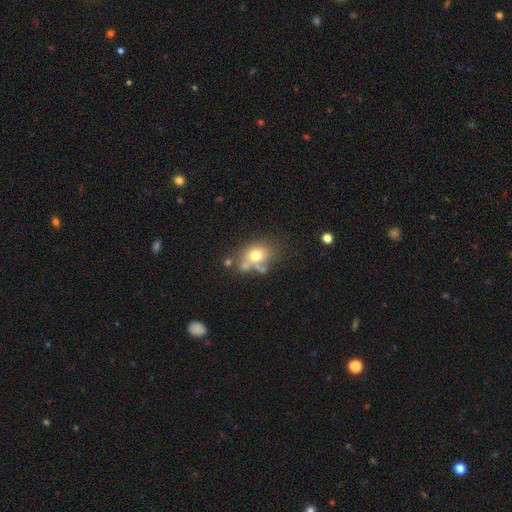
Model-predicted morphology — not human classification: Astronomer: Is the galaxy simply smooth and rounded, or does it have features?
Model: smooth — 70%.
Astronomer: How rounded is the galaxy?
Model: in between — 60% (runner-up: round, 39%).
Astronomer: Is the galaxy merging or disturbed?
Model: none — 43% (runner-up: merger, 26%).